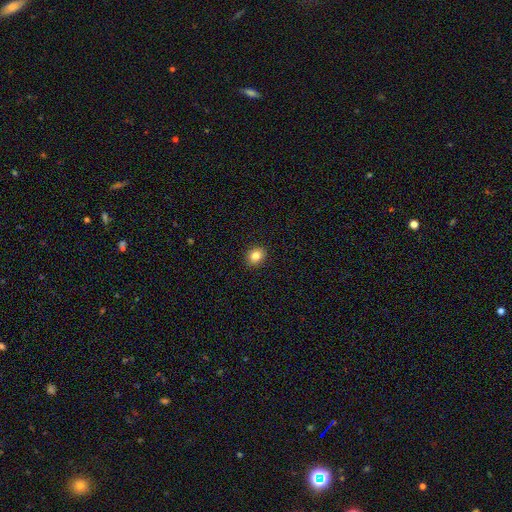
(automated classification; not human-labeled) Smooth or featured? Predicted: smooth (p=0.84). How rounded? Predicted: round (p=0.55). Merging? Predicted: none (p=0.91).